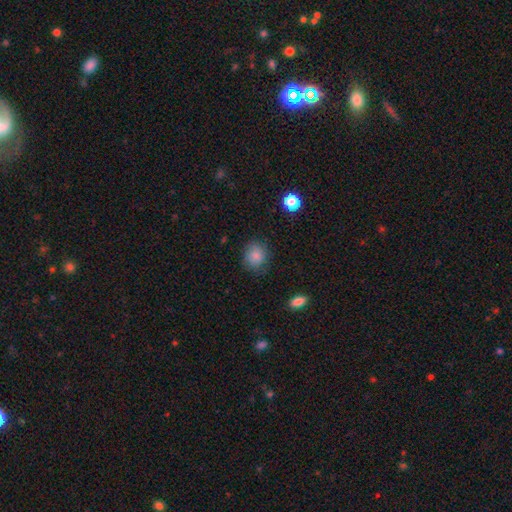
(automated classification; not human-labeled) Morphology: type=smooth (85%); roundness=round (76%); merging=none (79%).